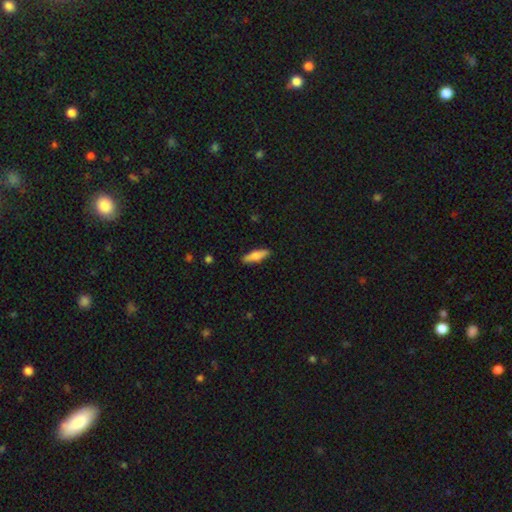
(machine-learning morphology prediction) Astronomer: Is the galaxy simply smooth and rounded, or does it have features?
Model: smooth — 68%.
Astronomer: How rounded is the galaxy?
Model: cigar-shaped — 62%.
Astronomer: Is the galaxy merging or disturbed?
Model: none — 88%.